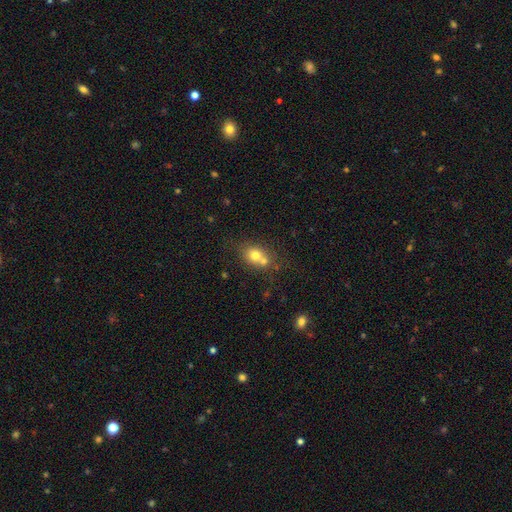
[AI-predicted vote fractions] Smooth or featured? smooth (72%)
How rounded? round (63%)
Merging? merger (45%)